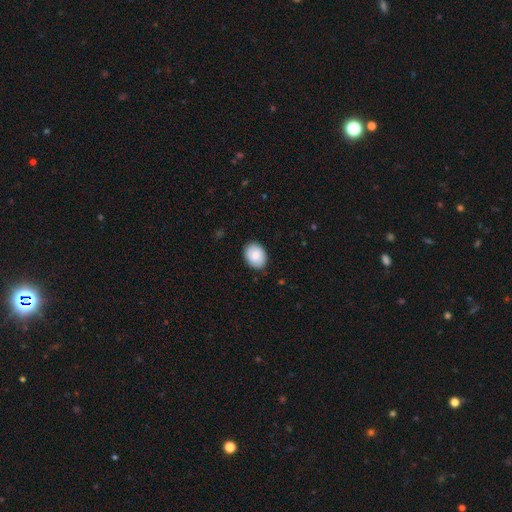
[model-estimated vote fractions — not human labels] A smooth galaxy with no disk features (85%) that is in between round and cigar-shaped (71%). Merging: none (86%).